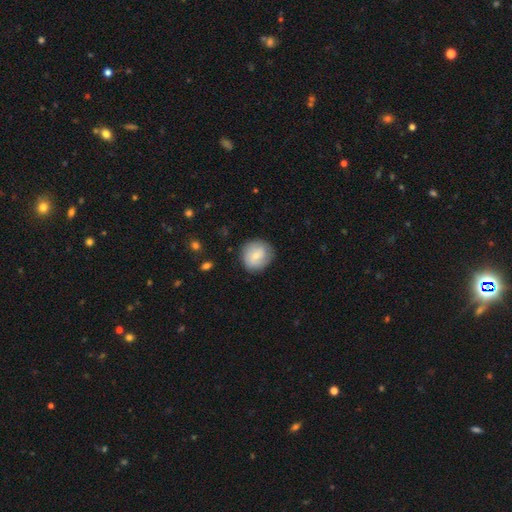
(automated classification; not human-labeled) Smooth or featured? Predicted: smooth (p=0.60). How rounded? Predicted: round (p=0.84). Merging? Predicted: none (p=0.80).